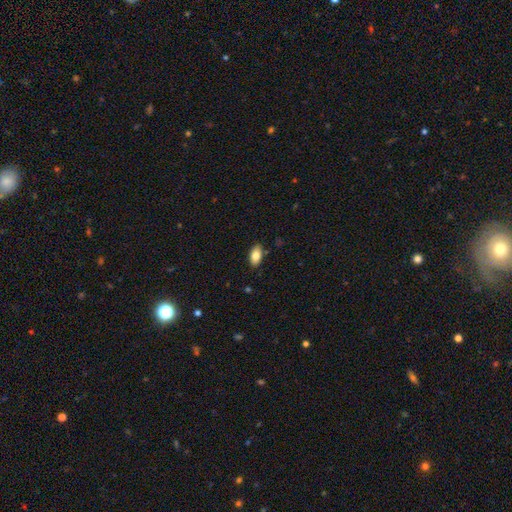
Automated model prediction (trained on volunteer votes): Smooth or featured?
  - smooth: 83% *
  - featured or disk: 10%
  - star or artifact: 7%
How rounded?
  - in between: 92% *
  - cigar-shaped: 4%
  - round: 3%
Merging?
  - none: 86% *
  - minor disturbance: 10%
  - major disturbance: 2%
  - merger: 2%